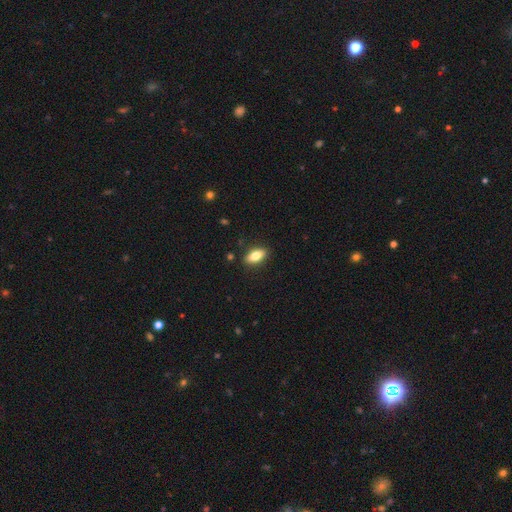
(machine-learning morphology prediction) Smooth or featured: smooth — 74% (featured or disk — 19%)
How rounded: in between — 82% (cigar-shaped — 15%)
Merging: none — 87% (minor disturbance — 9%)